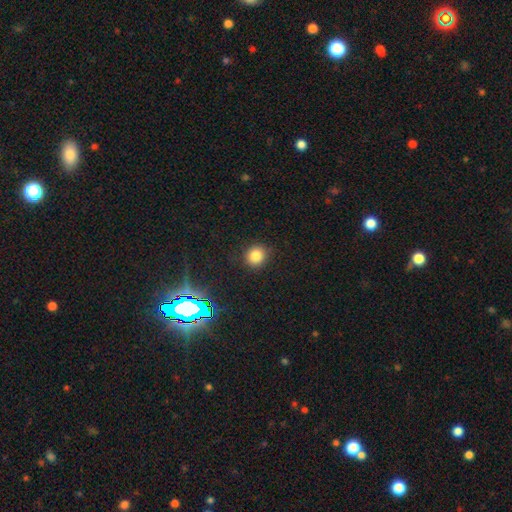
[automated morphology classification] Overall: smooth (80%). How rounded: round (86%). Merging: none (89%).